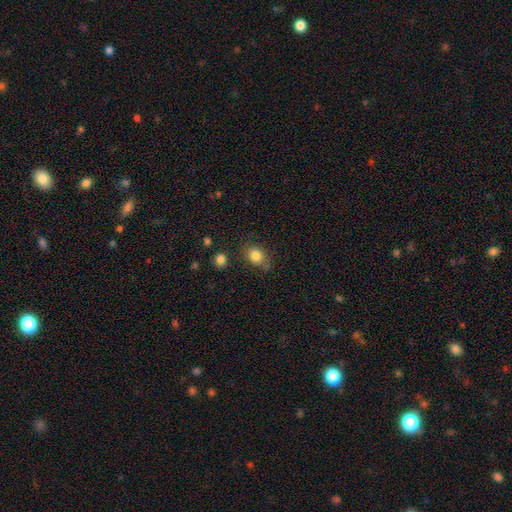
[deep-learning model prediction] Smooth or featured: smooth — 82% (star or artifact — 9%)
How rounded: in between — 52% (round — 47%)
Merging: none — 70% (minor disturbance — 21%)